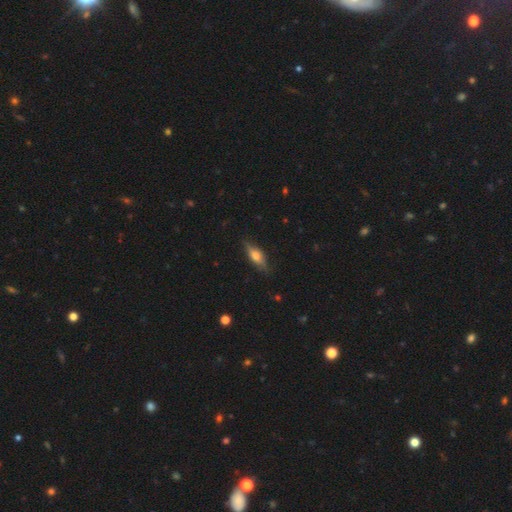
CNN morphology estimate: This is possibly a featured or disk galaxy (49%). Merging: clearly none (82%).